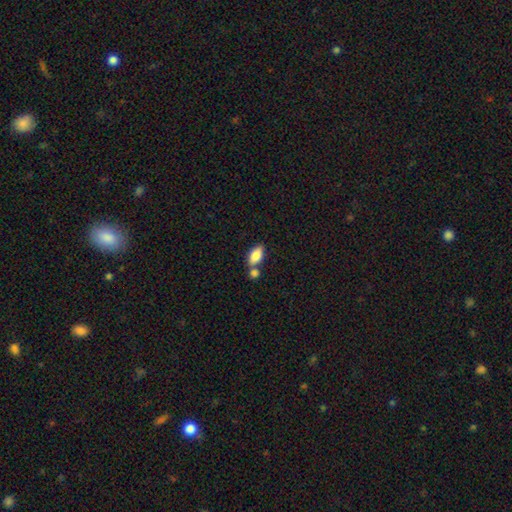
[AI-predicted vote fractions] This is clearly a smooth galaxy (83%). How rounded: clearly in between (91%). Merging: possibly none (53%).